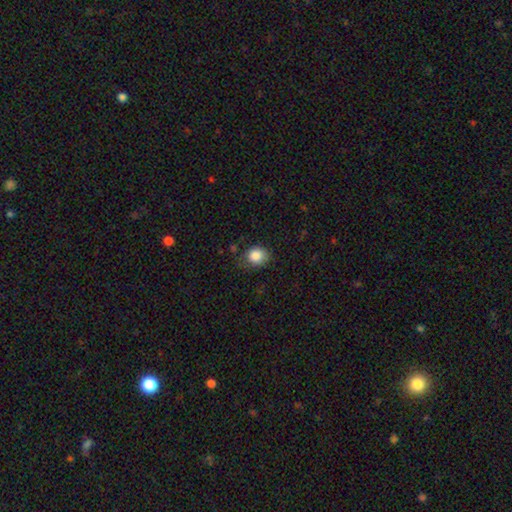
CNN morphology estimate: Smooth or featured: smooth — 85% (star or artifact — 9%)
How rounded: round — 66% (in between — 33%)
Merging: none — 66% (minor disturbance — 25%)